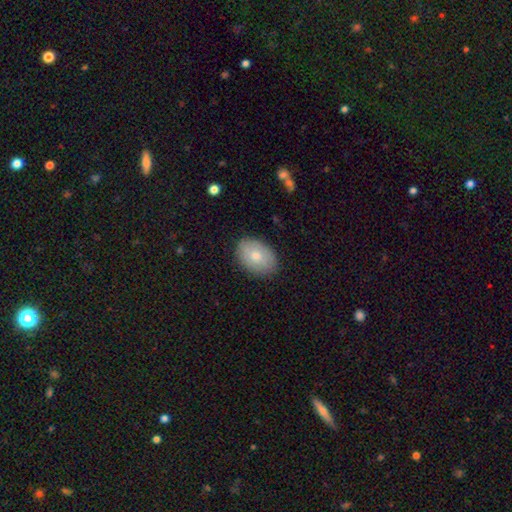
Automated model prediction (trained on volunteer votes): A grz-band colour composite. It shows a smooth galaxy with no disk features (78%) that is in between round and cigar-shaped (85%). Merging: none (85%).